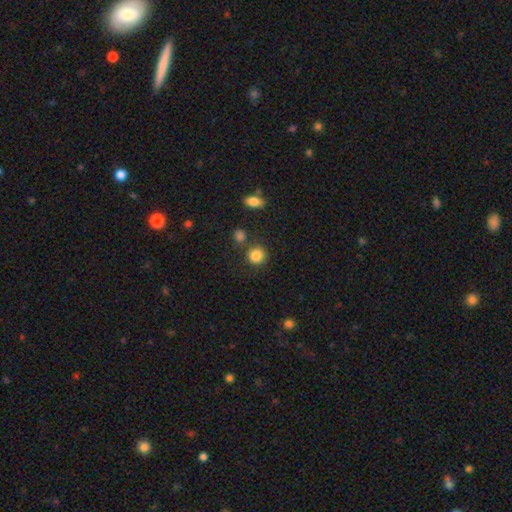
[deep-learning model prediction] Smooth or featured? smooth (85%)
How rounded? round (89%)
Merging? none (77%)